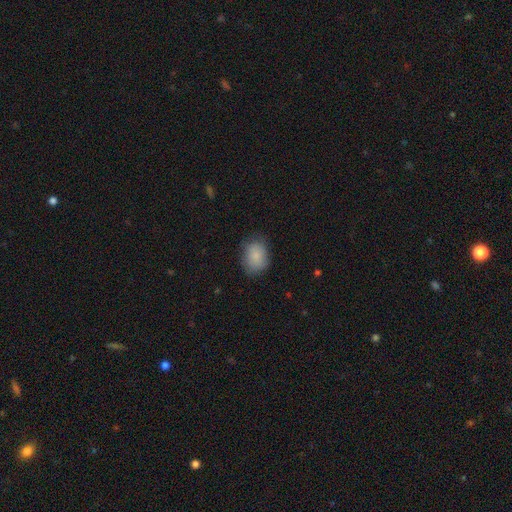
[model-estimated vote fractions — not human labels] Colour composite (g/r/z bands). It shows a smooth galaxy with no disk features (85%) that is in between round and cigar-shaped (62%). Merging: none (73%).